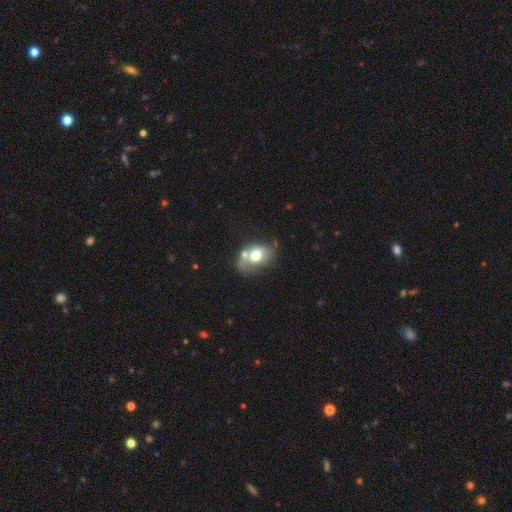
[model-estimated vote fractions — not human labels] smooth-or-featured: smooth: 59% | featured or disk: 33% | star or artifact: 8%
  how-rounded: in between: 73% | round: 26% | cigar-shaped: 1%
  merging: none: 42% | merger: 24% | minor disturbance: 22% | major disturbance: 11%